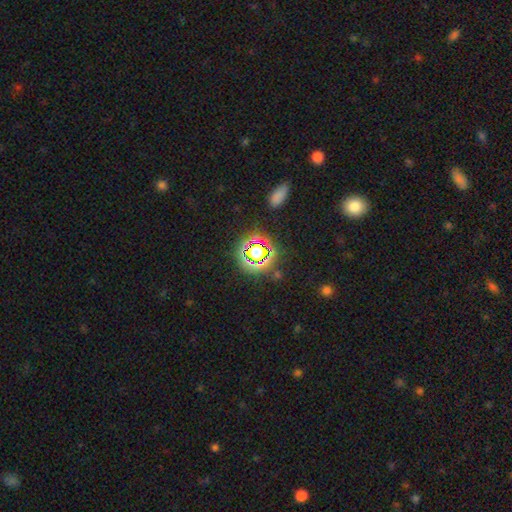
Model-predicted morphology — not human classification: Smooth or featured? Predicted: star or artifact (p=0.63).